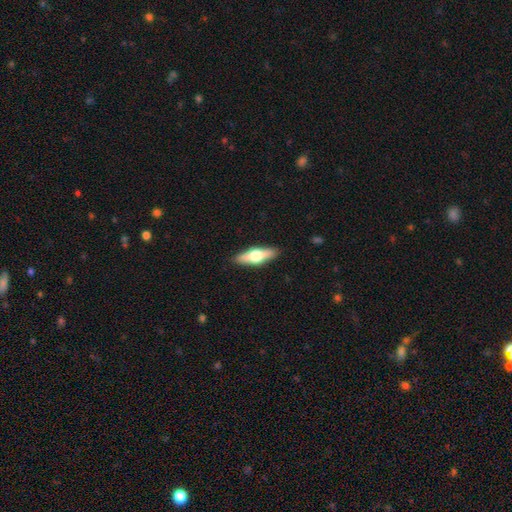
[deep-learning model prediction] Overall: smooth (48%; featured or disk 46%). Merging: none (90%).